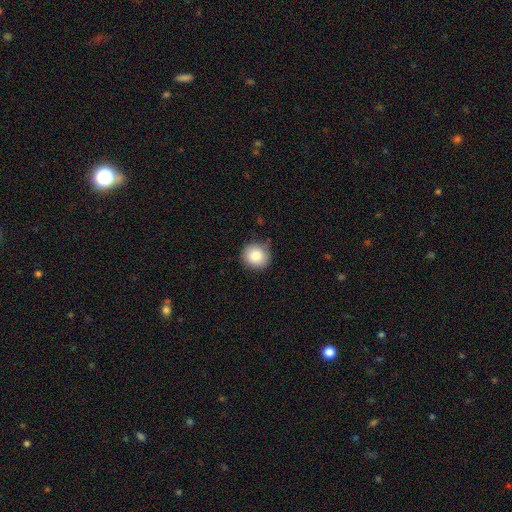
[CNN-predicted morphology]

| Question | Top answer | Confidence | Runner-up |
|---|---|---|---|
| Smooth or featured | smooth | 84% | star or artifact (9%) |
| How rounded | round | 89% | in between (10%) |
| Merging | none | 81% | minor disturbance (15%) |